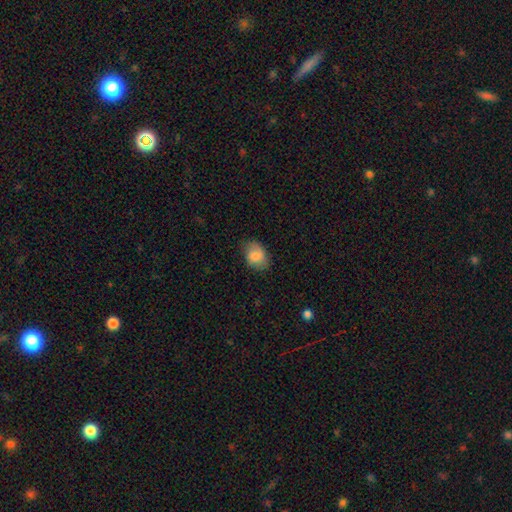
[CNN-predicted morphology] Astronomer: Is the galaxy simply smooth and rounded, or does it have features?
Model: smooth — 79%.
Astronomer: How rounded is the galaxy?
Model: in between — 66%.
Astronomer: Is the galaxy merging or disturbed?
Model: none — 66%.